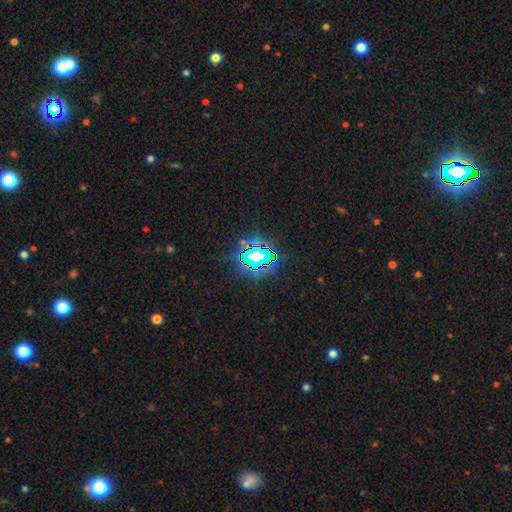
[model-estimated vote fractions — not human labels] A star or artifact, not a galaxy (72%).

Vote fractions:
- Smooth or featured? star or artifact: 72% / smooth: 17% / featured or disk: 11%